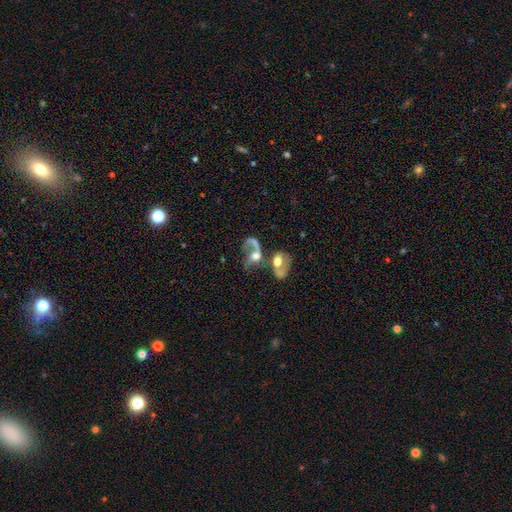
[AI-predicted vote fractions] Smooth or featured? featured or disk (60%)
Edge-on disk? no (96%)
Bar? no (71%)
Spiral arms? yes (66%)
Bulge size? moderate (51%)
Merging? merger (64%)